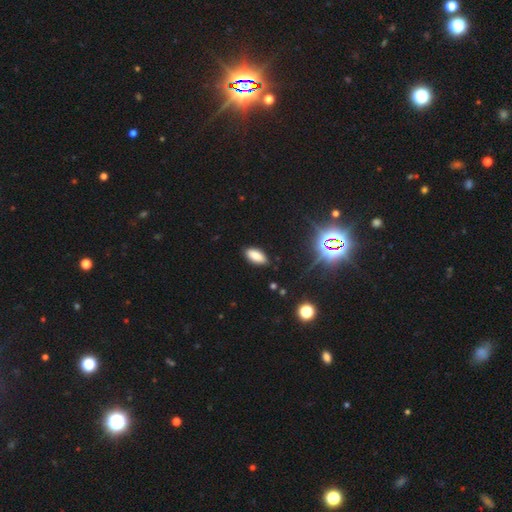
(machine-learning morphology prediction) A smooth galaxy with no disk features (82%) that is in between round and cigar-shaped (89%).

Vote fractions:
- Smooth or featured? smooth: 82% / star or artifact: 12% / featured or disk: 6%
- How rounded? in between: 89% / cigar-shaped: 9% / round: 2%
- Merging? none: 88% / minor disturbance: 9% / major disturbance: 2% / merger: 1%